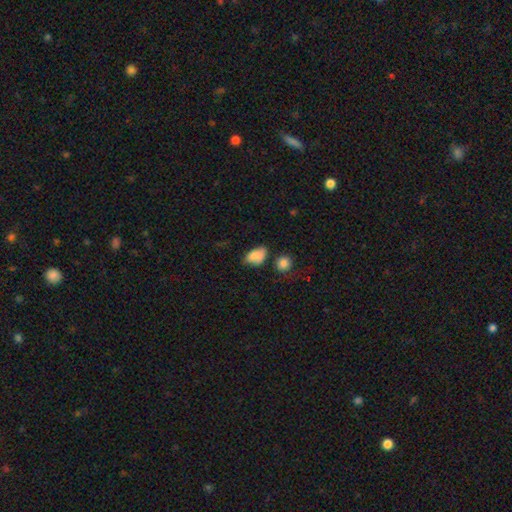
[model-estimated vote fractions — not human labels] smooth 79%, featured or disk 12%, star or artifact 9%. Down the decision tree: how rounded — in between (88%); merging — none (45%).